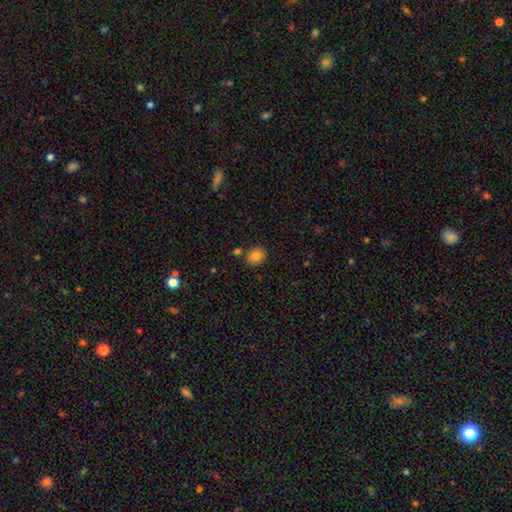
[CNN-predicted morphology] Smooth or featured?
  - smooth: 83% *
  - star or artifact: 10%
  - featured or disk: 7%
How rounded?
  - round: 57% *
  - in between: 42%
  - cigar-shaped: 1%
Merging?
  - none: 80% *
  - minor disturbance: 11%
  - merger: 7%
  - major disturbance: 3%